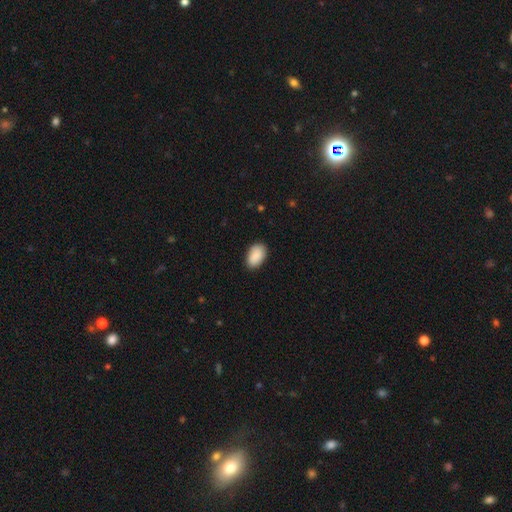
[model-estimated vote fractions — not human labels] Smooth or featured: smooth — 91% (star or artifact — 6%)
How rounded: in between — 93% (round — 6%)
Merging: none — 85% (minor disturbance — 12%)